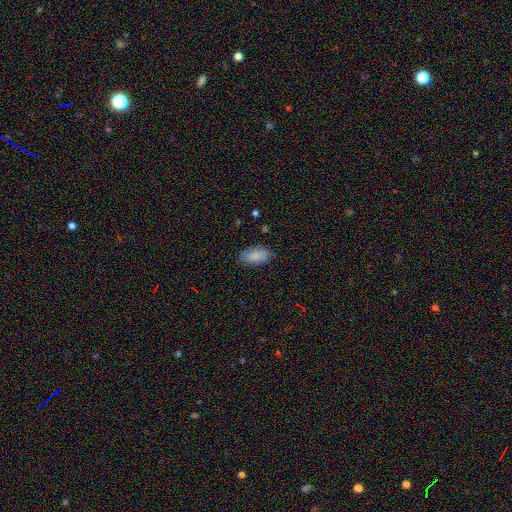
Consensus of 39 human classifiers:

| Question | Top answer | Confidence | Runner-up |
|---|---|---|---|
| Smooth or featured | smooth | 77% | featured or disk (15%) |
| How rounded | in between | 93% | round (7%) |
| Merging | none | 89% | minor disturbance (11%) |